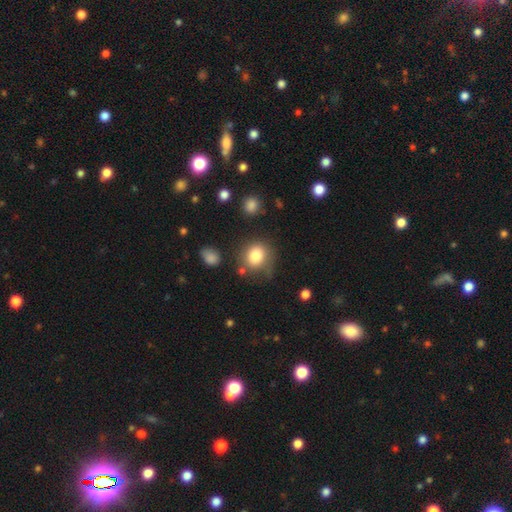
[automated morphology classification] The model was most divided on "merging": none: 65%, minor disturbance: 20%, major disturbance: 9%, merger: 6%. More confident: smooth or featured — smooth (81%); how rounded — round (72%).